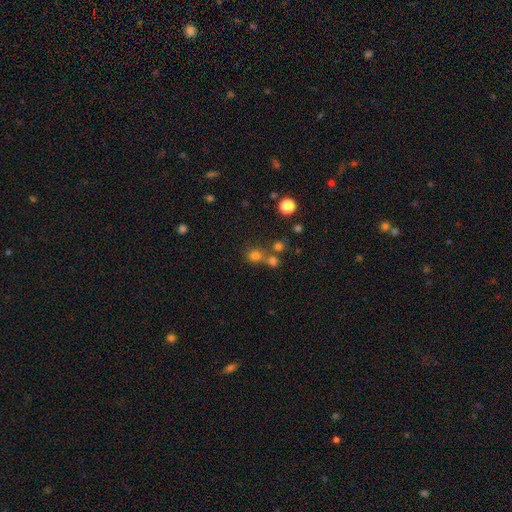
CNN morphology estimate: This appears to be a smooth galaxy with no disk features (73%) that is round (84%). Merging: none (57%).